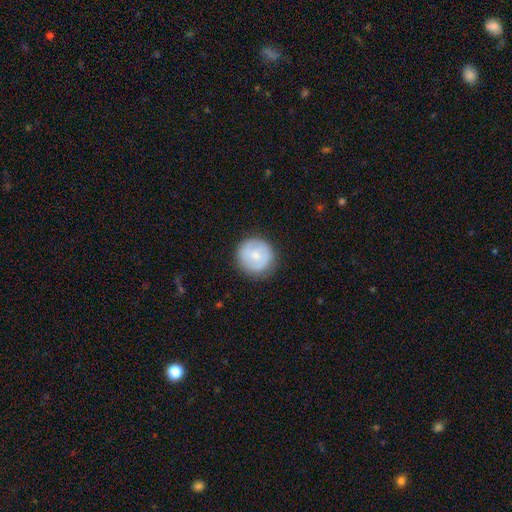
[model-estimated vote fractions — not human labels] This appears to be a smooth galaxy with no disk features (59%) that is round (94%). Merging: none (86%).